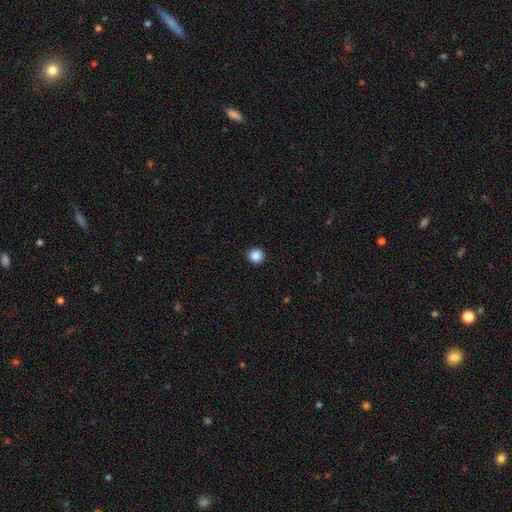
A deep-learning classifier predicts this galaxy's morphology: A smooth galaxy with no disk features (87%) that is round (95%). Merging: none (93%).